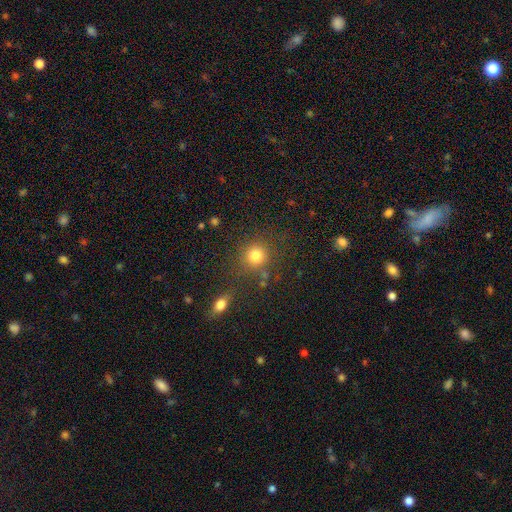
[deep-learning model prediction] Smooth or featured?
  - smooth: 80% *
  - star or artifact: 13%
  - featured or disk: 6%
How rounded?
  - round: 90% *
  - in between: 9%
  - cigar-shaped: 1%
Merging?
  - none: 78% *
  - minor disturbance: 9%
  - merger: 8%
  - major disturbance: 5%